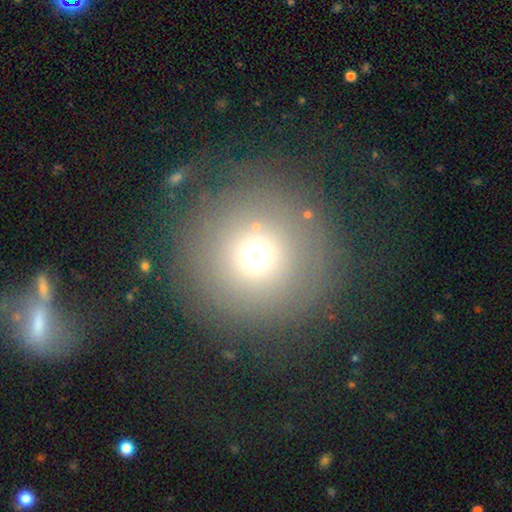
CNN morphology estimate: Smooth or featured? Predicted: smooth (p=0.67). How rounded? Predicted: round (p=0.96). Merging? Predicted: none (p=0.76).